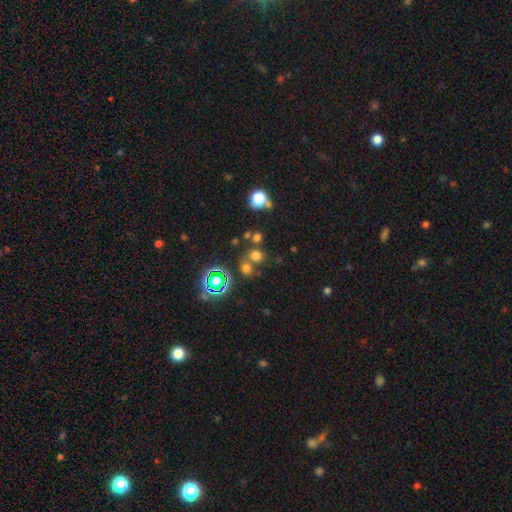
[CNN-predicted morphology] This is likely a smooth galaxy (66%). How rounded: clearly round (83%). Merging: likely none (61%).